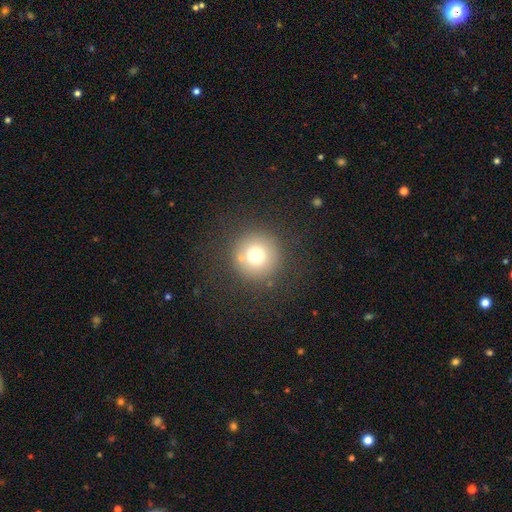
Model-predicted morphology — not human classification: The model was most divided on "smooth or featured": smooth: 71%, star or artifact: 16%, featured or disk: 13%. More confident: how rounded — round (96%); merging — none (85%).